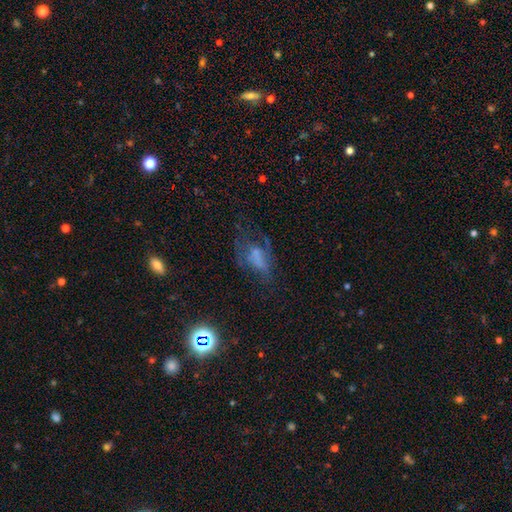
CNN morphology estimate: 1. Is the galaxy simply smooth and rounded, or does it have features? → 43% featured or disk, 32% smooth, 25% star or artifact.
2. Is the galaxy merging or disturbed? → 40% none, 36% major disturbance, 21% minor disturbance, 4% merger.